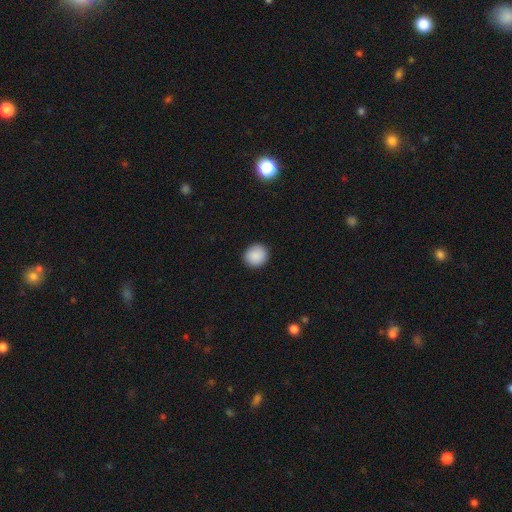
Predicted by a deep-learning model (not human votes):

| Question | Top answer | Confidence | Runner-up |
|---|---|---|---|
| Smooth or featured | smooth | 90% | star or artifact (8%) |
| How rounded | round | 89% | in between (10%) |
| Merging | none | 92% | minor disturbance (6%) |